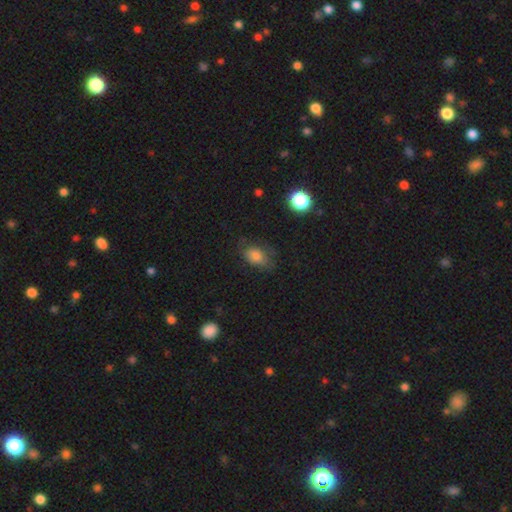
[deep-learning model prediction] This appears to be a smooth galaxy with no disk features (75%) that is in between round and cigar-shaped (82%). Merging: none (61%).